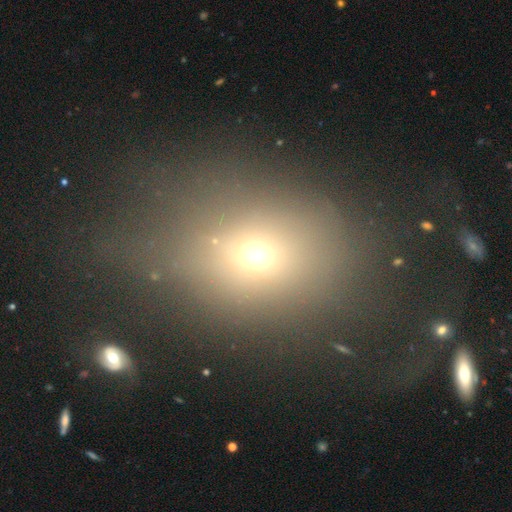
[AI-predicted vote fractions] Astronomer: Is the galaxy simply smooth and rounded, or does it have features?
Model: smooth — 63%.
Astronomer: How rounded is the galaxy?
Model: round — 49% (runner-up: in between, 48%).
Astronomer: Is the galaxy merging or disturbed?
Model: none — 51%.